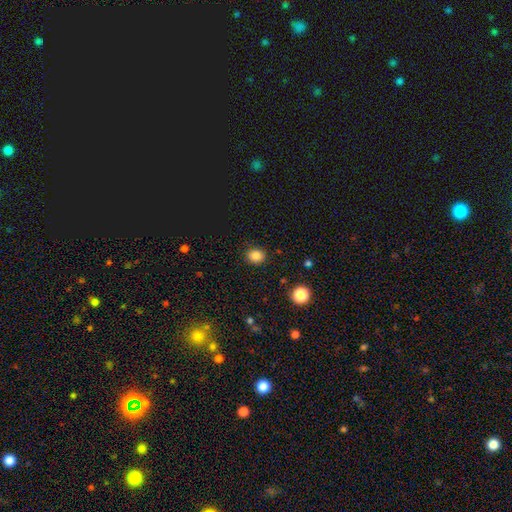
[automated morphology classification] A smooth galaxy with no disk features (84%) that is round (73%). Merging: none (89%).